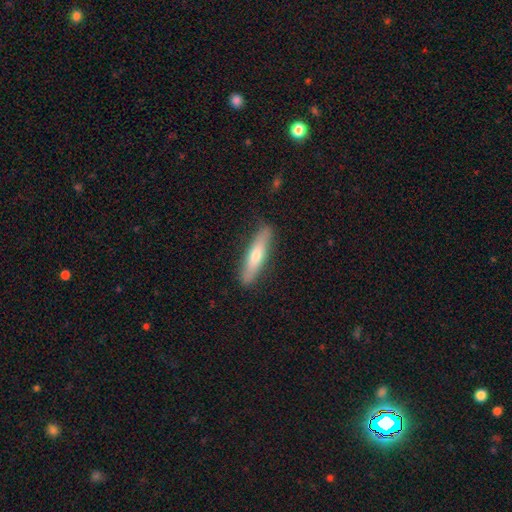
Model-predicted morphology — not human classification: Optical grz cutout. It shows a smooth galaxy with no disk features (62%) that is cigar-shaped (82%). Merging: none (86%).